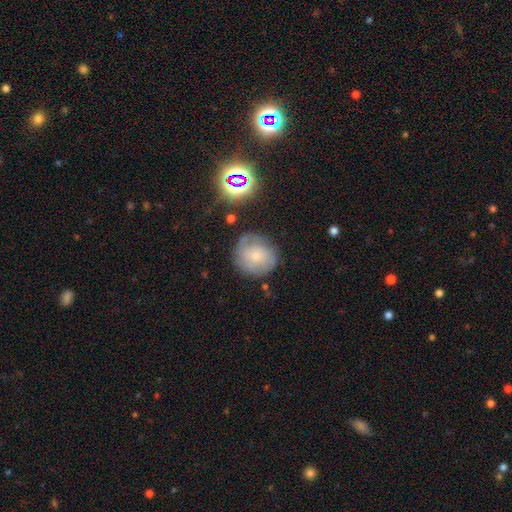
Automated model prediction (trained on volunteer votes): This appears to be a smooth galaxy with no disk features (50%) that is round (87%). Merging: none (67%).